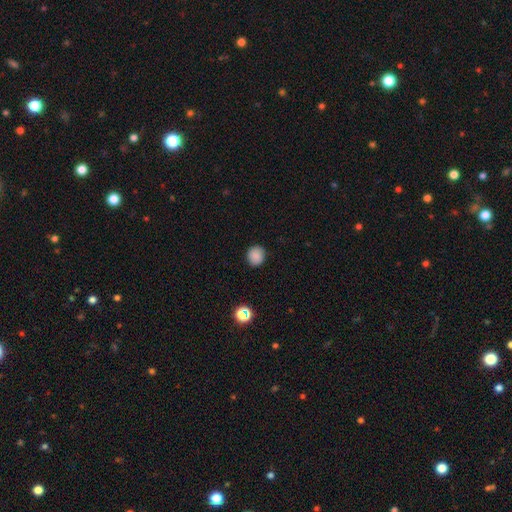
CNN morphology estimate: Smooth or featured: smooth — 85% (star or artifact — 11%)
How rounded: round — 84% (in between — 15%)
Merging: none — 88% (minor disturbance — 8%)